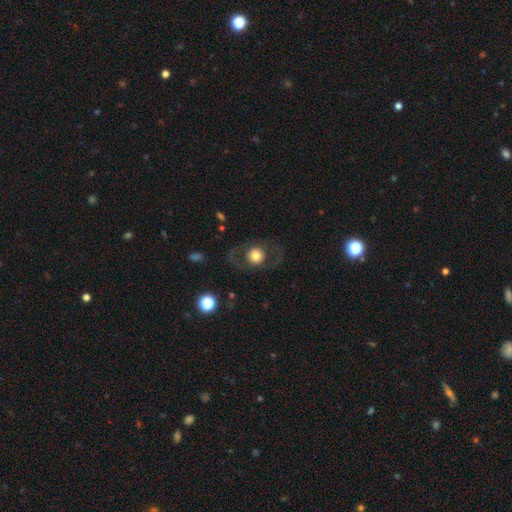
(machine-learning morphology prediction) Smooth or featured?
  - smooth: 53% *
  - featured or disk: 40%
  - star or artifact: 7%
How rounded?
  - round: 78% *
  - in between: 21%
  - cigar-shaped: 1%
Merging?
  - none: 76% *
  - major disturbance: 12%
  - minor disturbance: 10%
  - merger: 1%